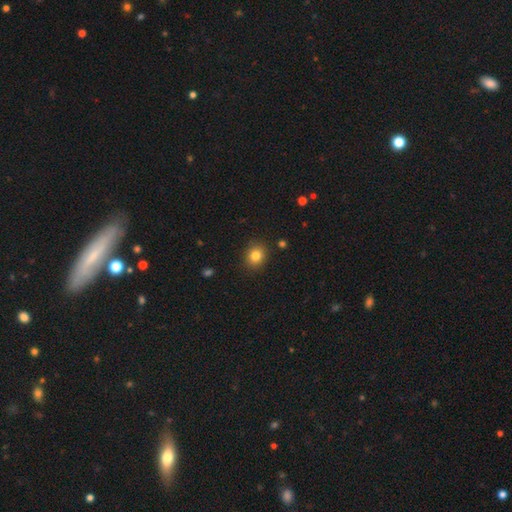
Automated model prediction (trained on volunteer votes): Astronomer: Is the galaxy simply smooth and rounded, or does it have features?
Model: smooth — 82%.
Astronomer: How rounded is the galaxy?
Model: round — 71%.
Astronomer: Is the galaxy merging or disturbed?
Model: none — 89%.